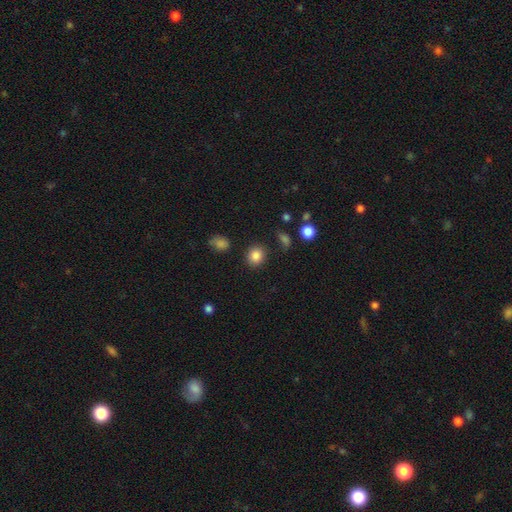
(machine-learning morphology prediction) smooth_or_featured: smooth (p=0.85) [alt: star or artifact p=0.10]
how_rounded: round (p=0.78) [alt: in between p=0.21]
merging: none (p=0.85) [alt: minor disturbance p=0.09]